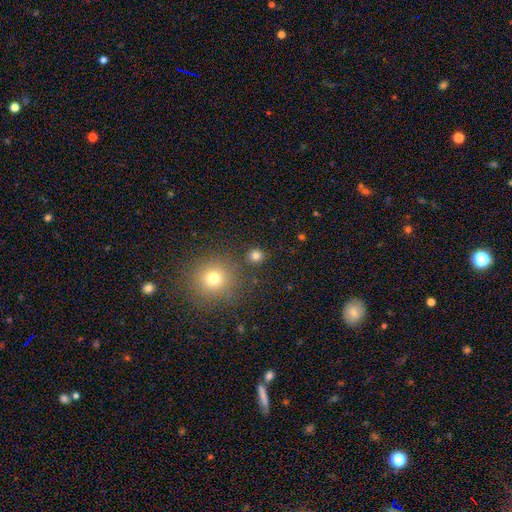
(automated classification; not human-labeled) Smooth or featured? smooth (79%)
How rounded? round (91%)
Merging? none (86%)